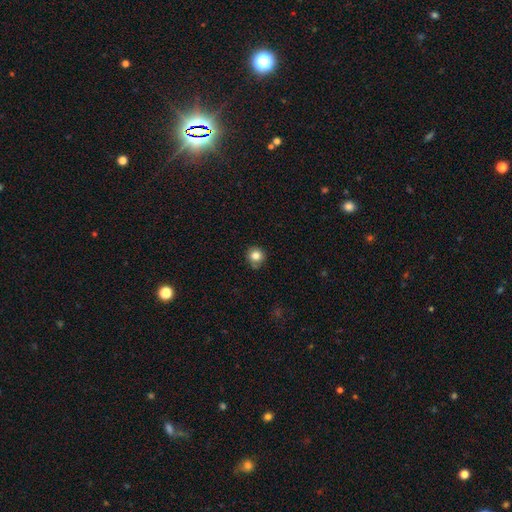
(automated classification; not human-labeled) Overall: smooth (82%). How rounded: round (92%). Merging: none (81%).